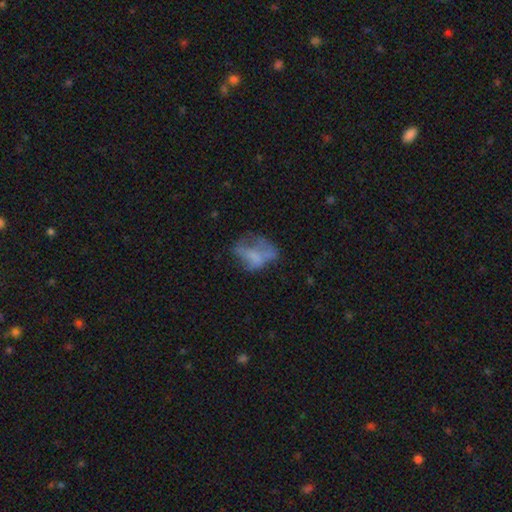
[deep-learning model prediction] The model was most divided on "merging": major disturbance: 37%, none: 34%, minor disturbance: 22%, merger: 7%. Remaining: smooth or featured — smooth (45%).